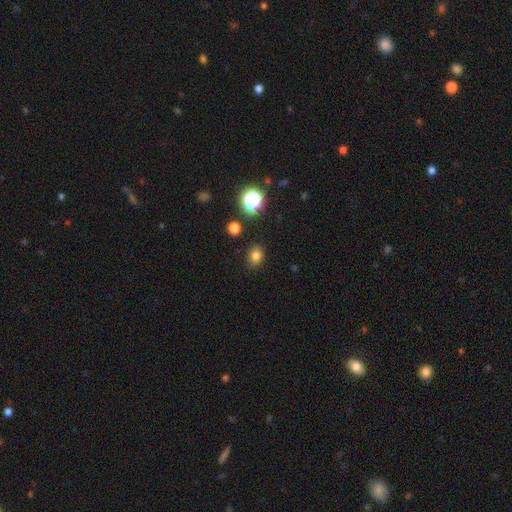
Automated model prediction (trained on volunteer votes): Overall: smooth (78%). How rounded: round (51%; in between 48%). Merging: none (85%).